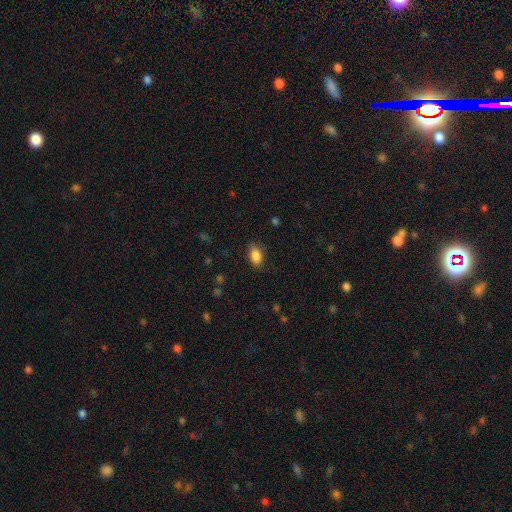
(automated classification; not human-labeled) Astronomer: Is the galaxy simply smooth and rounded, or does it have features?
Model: smooth — 86%.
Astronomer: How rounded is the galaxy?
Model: in between — 89%.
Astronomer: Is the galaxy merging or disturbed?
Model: none — 78%.